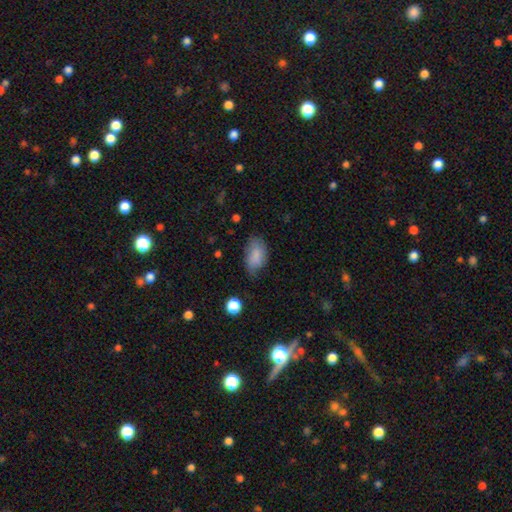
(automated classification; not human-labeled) This is clearly a smooth galaxy (82%). How rounded: clearly in between (91%). Merging: possibly none (59%).